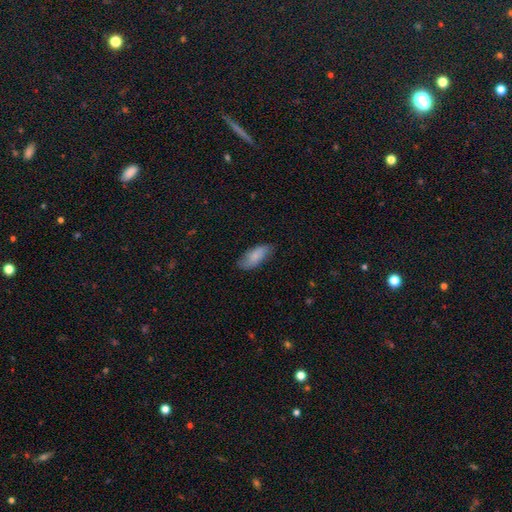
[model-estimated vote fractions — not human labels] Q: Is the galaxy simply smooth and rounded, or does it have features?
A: smooth — 79%.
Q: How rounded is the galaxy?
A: in between — 84%.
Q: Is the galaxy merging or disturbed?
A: none — 78%.